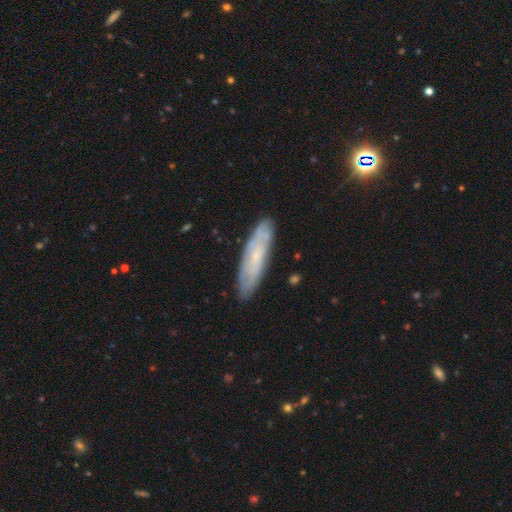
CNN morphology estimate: smooth-or-featured: featured or disk: 54% | smooth: 38% | star or artifact: 8%
  disk-edge-on: no: 63% | yes: 37%
  merging: none: 85% | minor disturbance: 12% | major disturbance: 2% | merger: 1%